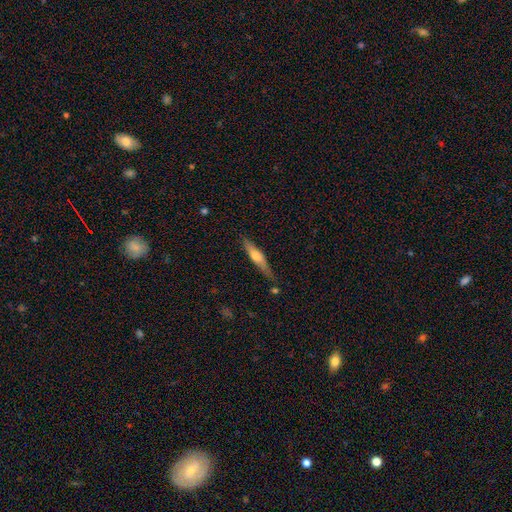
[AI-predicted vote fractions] A smooth galaxy with no disk features (49%).

Vote fractions:
- Smooth or featured? smooth: 49% / featured or disk: 45% / star or artifact: 6%
- Merging? none: 73% / minor disturbance: 19% / major disturbance: 4% / merger: 4%